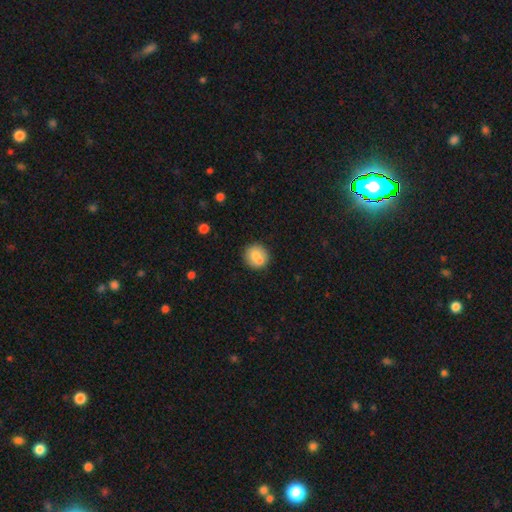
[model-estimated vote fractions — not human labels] A smooth galaxy with no disk features (75%) that is round (83%).

Vote fractions:
- Smooth or featured? smooth: 75% / featured or disk: 17% / star or artifact: 8%
- How rounded? round: 83% / in between: 16% / cigar-shaped: 1%
- Merging? none: 65% / merger: 18% / minor disturbance: 13% / major disturbance: 4%